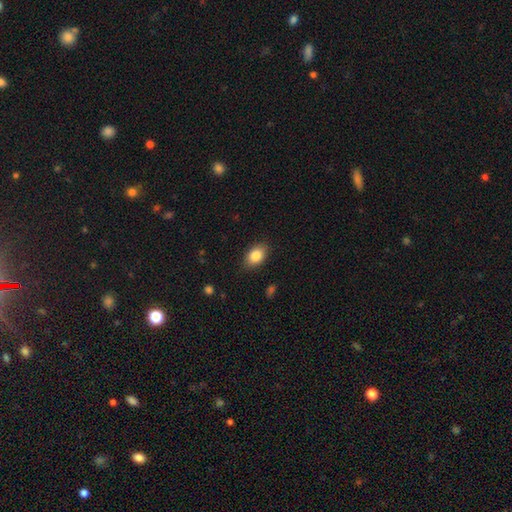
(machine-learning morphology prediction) Smooth or featured?
  - smooth: 85% *
  - star or artifact: 8%
  - featured or disk: 7%
How rounded?
  - in between: 84% *
  - round: 15%
  - cigar-shaped: 1%
Merging?
  - none: 86% *
  - minor disturbance: 11%
  - major disturbance: 2%
  - merger: 1%